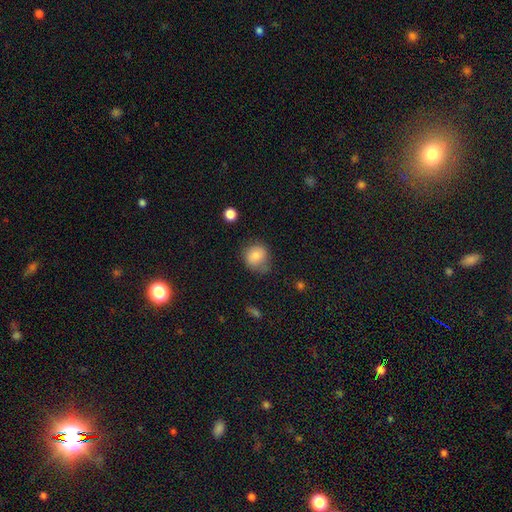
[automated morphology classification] smooth_or_featured: smooth (p=0.82) [alt: star or artifact p=0.09]
how_rounded: round (p=0.77) [alt: in between p=0.22]
merging: none (p=0.61) [alt: minor disturbance p=0.28]